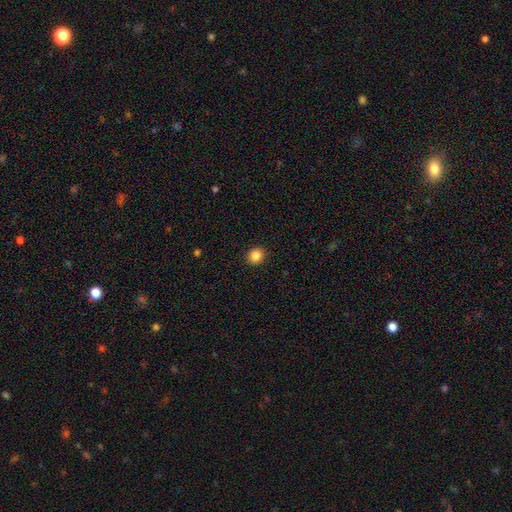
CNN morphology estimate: Smooth or featured? Predicted: smooth (p=0.86). How rounded? Predicted: round (p=0.81). Merging? Predicted: none (p=0.92).